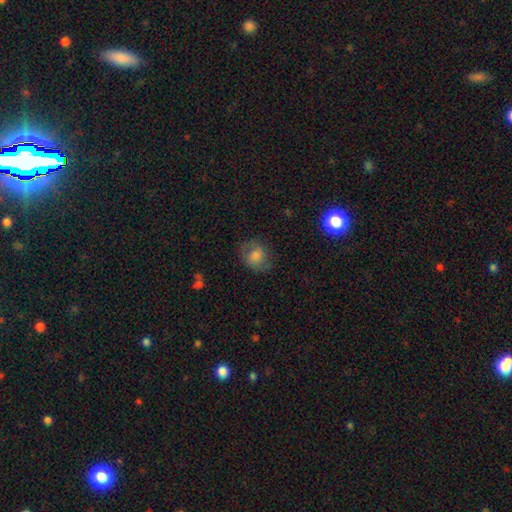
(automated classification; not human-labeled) A smooth galaxy with no disk features (66%) that is round (64%).

Vote fractions:
- Smooth or featured? smooth: 66% / featured or disk: 23% / star or artifact: 12%
- How rounded? round: 64% / in between: 35% / cigar-shaped: 1%
- Merging? none: 71% / minor disturbance: 19% / major disturbance: 9% / merger: 1%